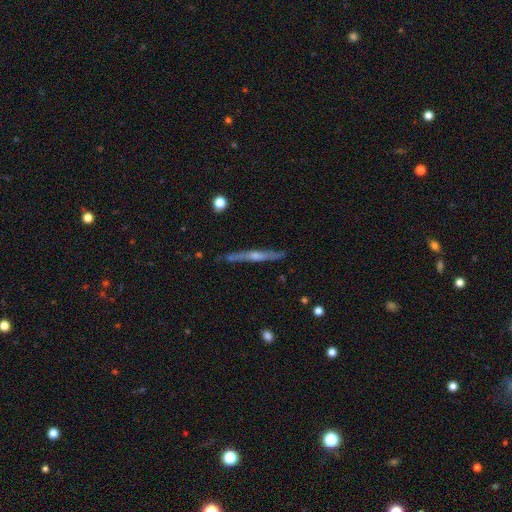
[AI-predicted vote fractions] Q: Smooth or featured?
A: featured or disk (73%); runner-up: smooth (21%)
Q: Edge-on disk?
A: yes (97%); runner-up: no (3%)
Q: Edge-on bulge?
A: rounded (73%); runner-up: none (20%)
Q: Merging?
A: none (86%); runner-up: minor disturbance (11%)